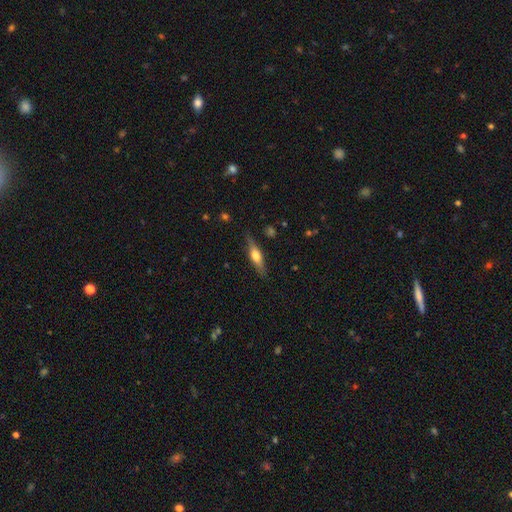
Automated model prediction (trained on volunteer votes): Overall: featured or disk (49%; smooth 45%). Merging: none (82%).